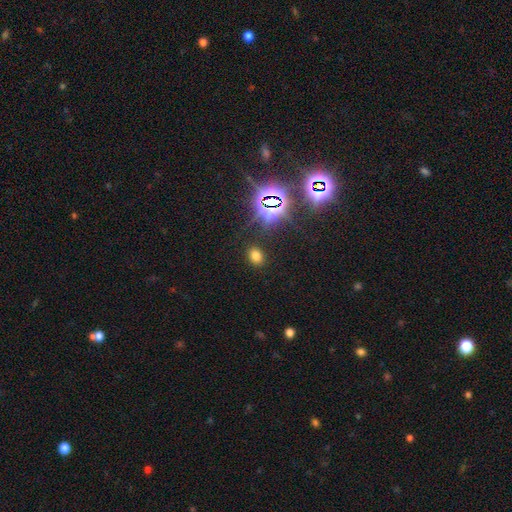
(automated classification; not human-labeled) Overall: smooth (66%; star or artifact 28%). How rounded: in between (68%; round 31%). Merging: none (87%).